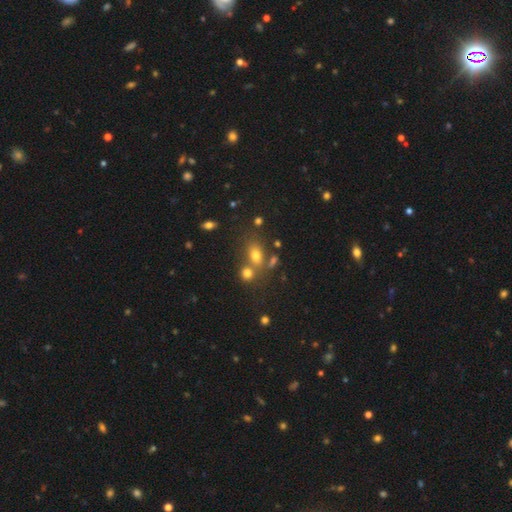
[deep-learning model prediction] smooth_or_featured: smooth (p=0.70) [alt: star or artifact p=0.17]
how_rounded: in between (p=0.72) [alt: round p=0.24]
merging: none (p=0.52) [alt: merger p=0.30]